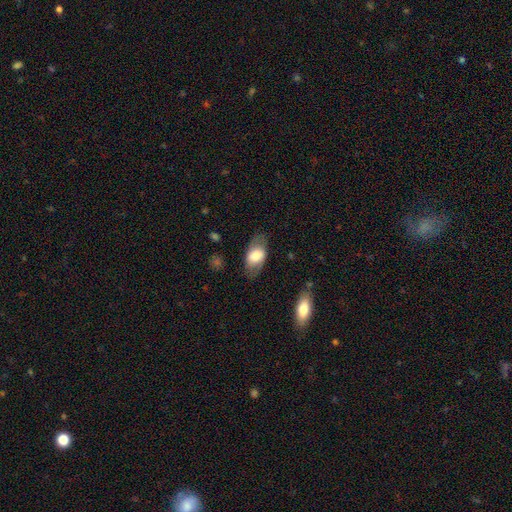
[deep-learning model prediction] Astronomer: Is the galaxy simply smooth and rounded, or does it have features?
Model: smooth — 64%.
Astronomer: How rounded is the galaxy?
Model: in between — 91%.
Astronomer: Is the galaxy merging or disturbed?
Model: none — 75%.